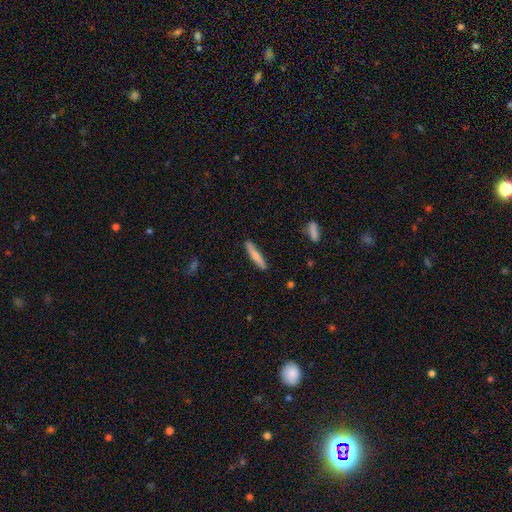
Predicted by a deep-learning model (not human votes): Smooth or featured? Predicted: smooth (p=0.75). How rounded? Predicted: cigar-shaped (p=0.91). Merging? Predicted: none (p=0.89).